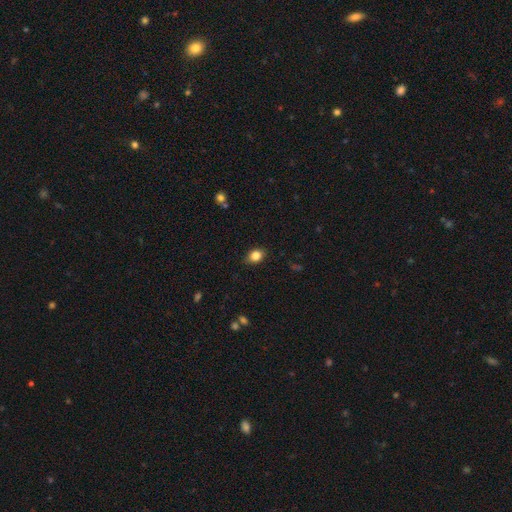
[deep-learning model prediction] A smooth galaxy with no disk features (83%) that is in between round and cigar-shaped (63%).

Vote fractions:
- Smooth or featured? smooth: 83% / star or artifact: 10% / featured or disk: 7%
- How rounded? in between: 63% / round: 36% / cigar-shaped: 1%
- Merging? none: 84% / minor disturbance: 13% / major disturbance: 2% / merger: 1%